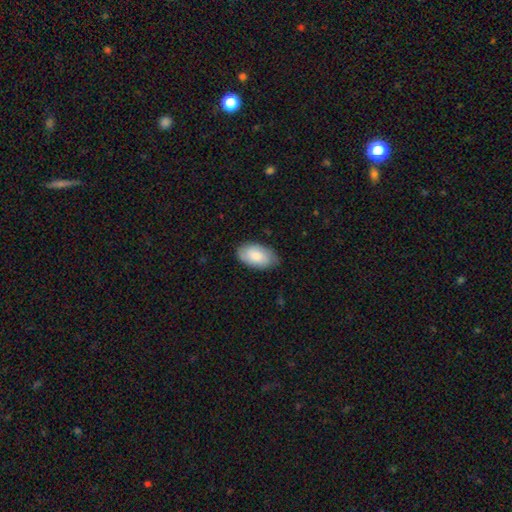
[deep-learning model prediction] The model was most divided on "smooth or featured": smooth: 76%, featured or disk: 19%, star or artifact: 5%. More confident: how rounded — in between (95%); merging — none (80%).